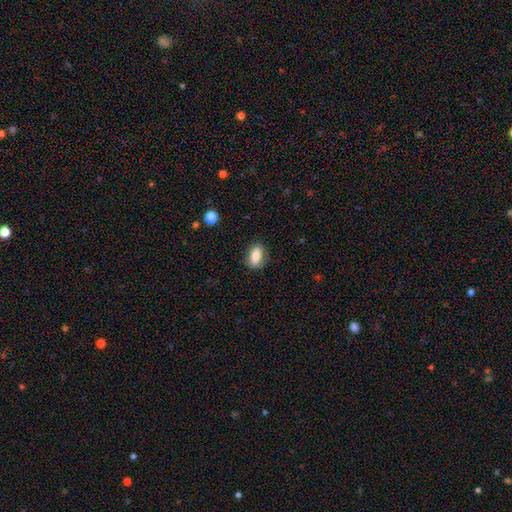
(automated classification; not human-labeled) A smooth galaxy with no disk features (80%) that is in between round and cigar-shaped (85%).

Vote fractions:
- Smooth or featured? smooth: 80% / featured or disk: 12% / star or artifact: 8%
- How rounded? in between: 85% / round: 8% / cigar-shaped: 7%
- Merging? none: 80% / minor disturbance: 15% / major disturbance: 4% / merger: 1%